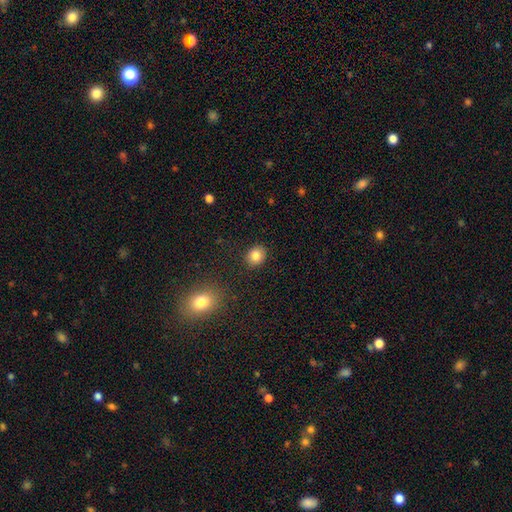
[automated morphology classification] This appears to be a smooth galaxy with no disk features (83%) that is round (66%). Merging: none (89%).